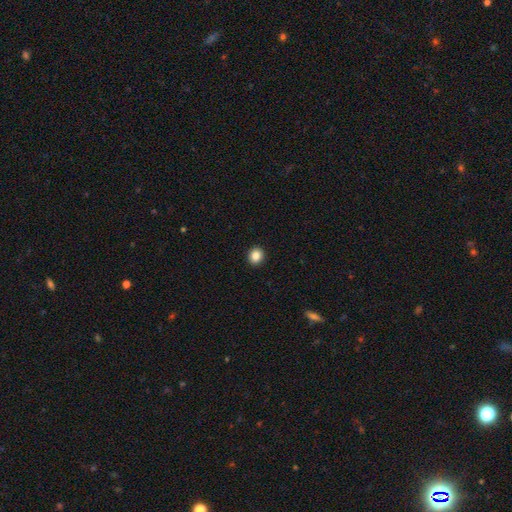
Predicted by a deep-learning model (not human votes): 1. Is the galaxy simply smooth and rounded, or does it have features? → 86% smooth, 10% star or artifact, 4% featured or disk.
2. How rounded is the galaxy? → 83% round, 16% in between, 1% cigar-shaped.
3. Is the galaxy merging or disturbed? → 93% none, 4% minor disturbance, 1% major disturbance, 1% merger.